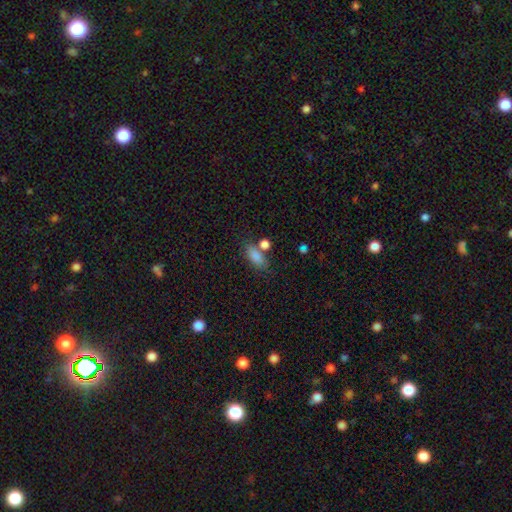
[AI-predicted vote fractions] A smooth galaxy with no disk features (83%) that is in between round and cigar-shaped (82%).

Vote fractions:
- Smooth or featured? smooth: 83% / star or artifact: 10% / featured or disk: 7%
- How rounded? in between: 82% / cigar-shaped: 10% / round: 8%
- Merging? none: 60% / merger: 18% / minor disturbance: 15% / major disturbance: 6%